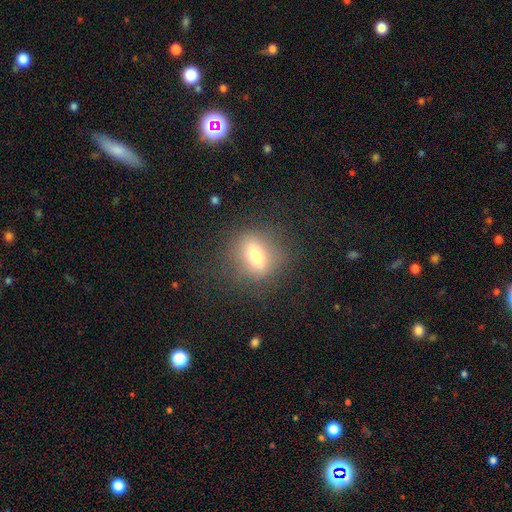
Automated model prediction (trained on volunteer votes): The model was most divided on "how rounded": in between: 50%, round: 35%, cigar-shaped: 16%. More confident: merging — none (80%); smooth or featured — smooth (56%).